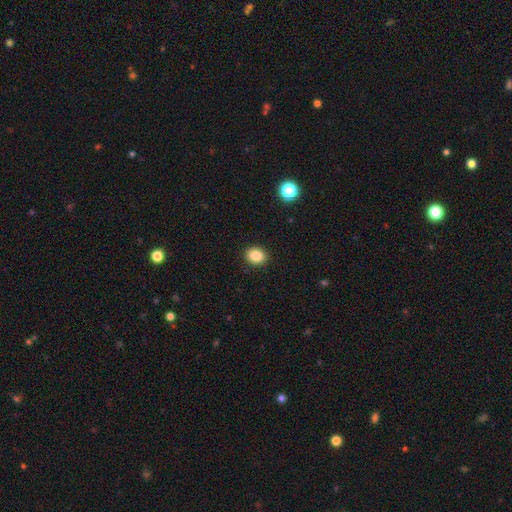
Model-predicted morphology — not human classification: This is clearly a smooth galaxy (86%). How rounded: possibly round (60%). Merging: clearly none (91%).